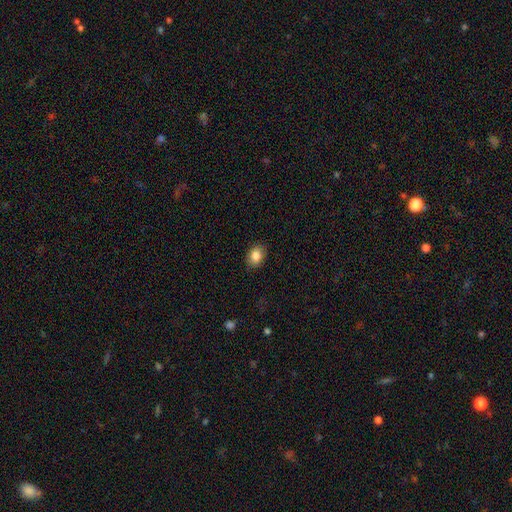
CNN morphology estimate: Smooth or featured?
  - smooth: 85% *
  - star or artifact: 9%
  - featured or disk: 6%
How rounded?
  - in between: 67% *
  - round: 32%
  - cigar-shaped: 1%
Merging?
  - none: 87% *
  - minor disturbance: 10%
  - major disturbance: 2%
  - merger: 1%